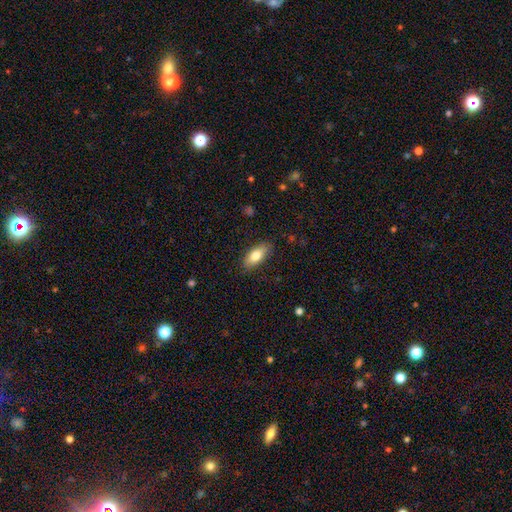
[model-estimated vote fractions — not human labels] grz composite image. It shows a smooth galaxy with no disk features (78%) that is in between round and cigar-shaped (82%). Merging: none (85%).